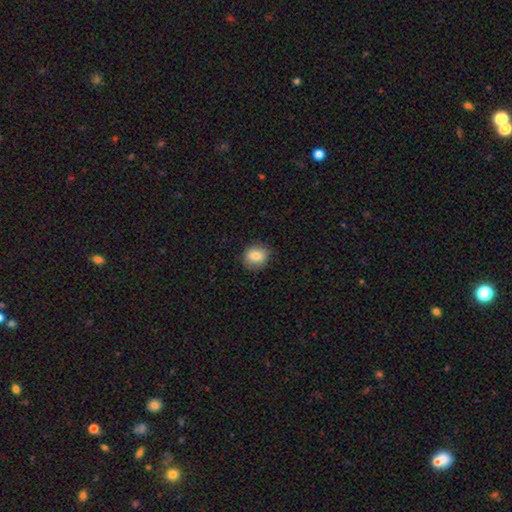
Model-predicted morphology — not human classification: type=smooth (82%); roundness=round (72%); merging=none (86%).